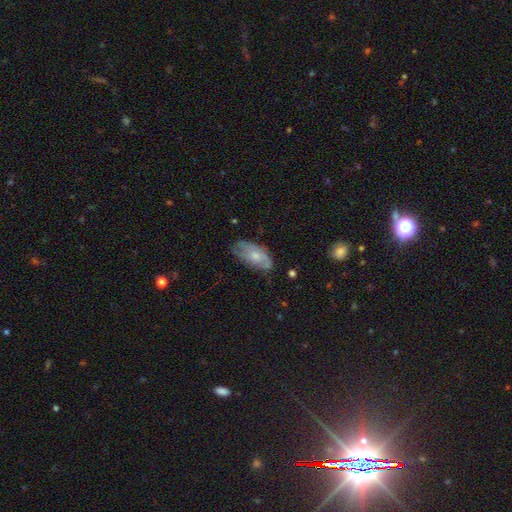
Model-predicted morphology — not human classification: This appears to be a featured or disk galaxy (52%). Merging: none (57%).